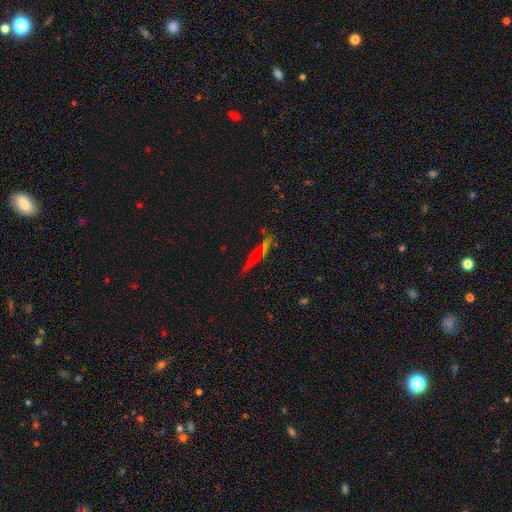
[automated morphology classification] smooth_or_featured: featured or disk (p=0.49) [alt: smooth p=0.39]
merging: none (p=0.77) [alt: minor disturbance p=0.13]